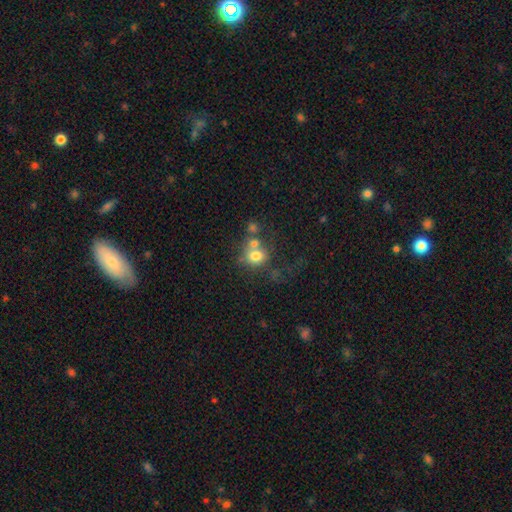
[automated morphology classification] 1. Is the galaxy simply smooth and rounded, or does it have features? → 72% smooth, 15% featured or disk, 13% star or artifact.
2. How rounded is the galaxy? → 72% round, 27% in between, 1% cigar-shaped.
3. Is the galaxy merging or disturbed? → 42% none, 37% merger, 12% minor disturbance, 9% major disturbance.